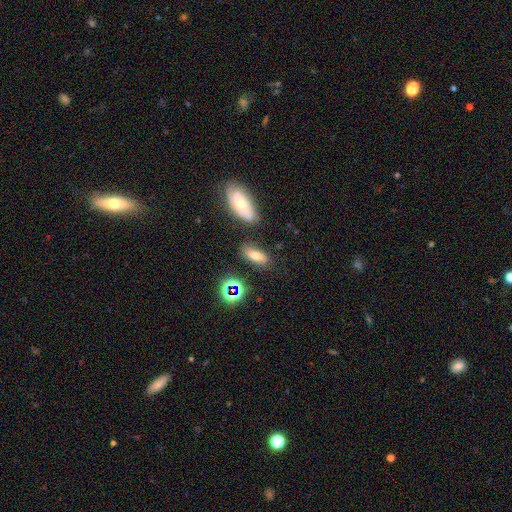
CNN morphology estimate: Smooth or featured? Predicted: smooth (p=0.66). How rounded? Predicted: in between (p=0.80). Merging? Predicted: none (p=0.74).